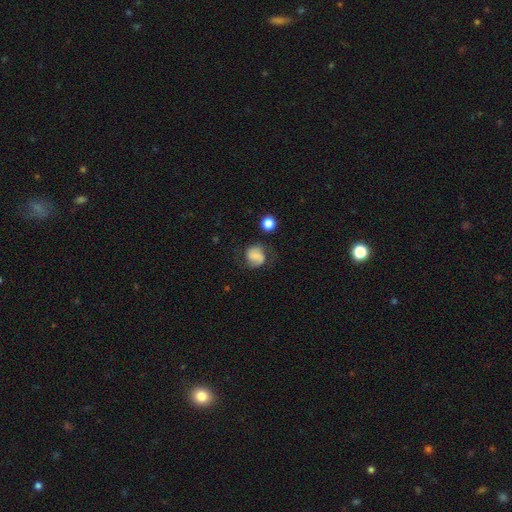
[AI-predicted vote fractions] Q: Smooth or featured?
A: smooth (50%); runner-up: featured or disk (39%)
Q: How rounded?
A: round (74%); runner-up: in between (25%)
Q: Merging?
A: none (59%); runner-up: minor disturbance (23%)